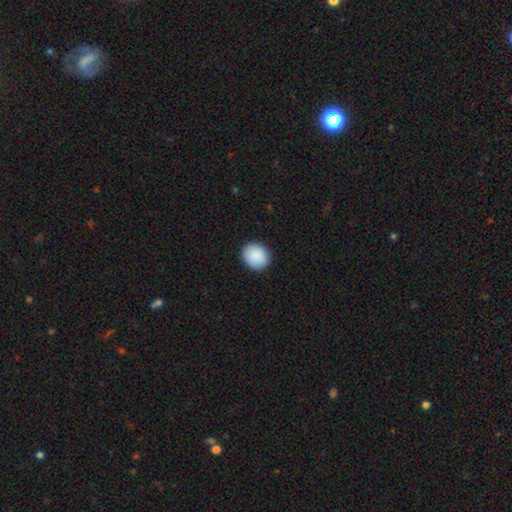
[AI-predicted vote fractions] smooth-or-featured: smooth: 90% | star or artifact: 7% | featured or disk: 3%
  how-rounded: round: 77% | in between: 22% | cigar-shaped: 1%
  merging: none: 91% | minor disturbance: 6% | major disturbance: 2% | merger: 1%